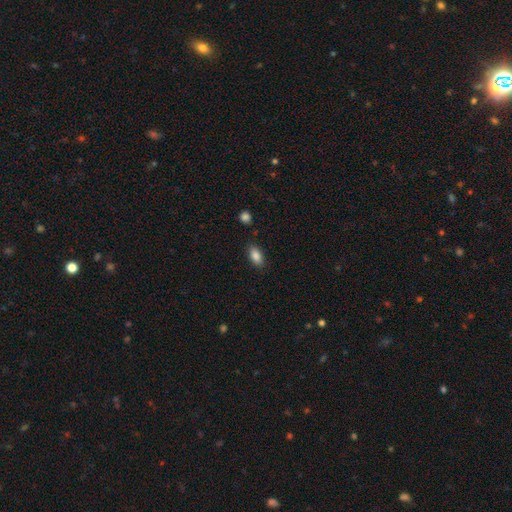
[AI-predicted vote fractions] smooth-or-featured: smooth: 87% | star or artifact: 8% | featured or disk: 5%
  how-rounded: in between: 90% | round: 5% | cigar-shaped: 4%
  merging: none: 85% | minor disturbance: 11% | major disturbance: 3% | merger: 2%